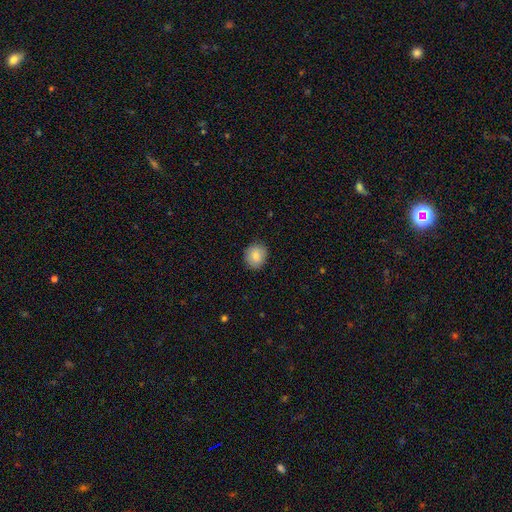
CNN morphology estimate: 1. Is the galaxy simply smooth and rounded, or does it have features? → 84% smooth, 8% featured or disk, 8% star or artifact.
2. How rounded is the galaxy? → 78% round, 21% in between, 1% cigar-shaped.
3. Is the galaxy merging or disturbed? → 89% none, 8% minor disturbance, 2% major disturbance, 1% merger.